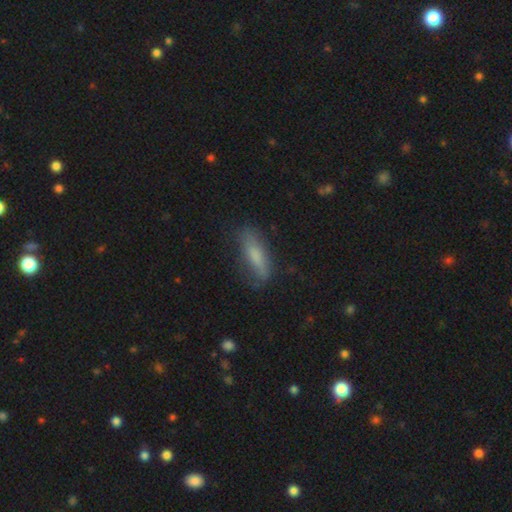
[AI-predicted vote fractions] Smooth or featured? smooth (72%)
How rounded? cigar-shaped (55%)
Merging? none (69%)